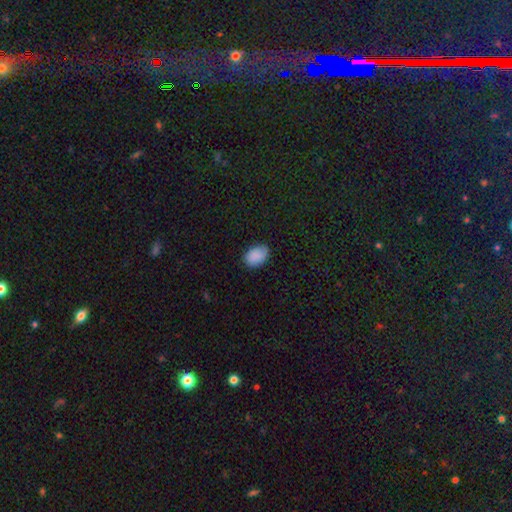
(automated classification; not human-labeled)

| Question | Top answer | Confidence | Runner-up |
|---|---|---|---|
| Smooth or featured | smooth | 88% | star or artifact (7%) |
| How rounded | in between | 81% | round (18%) |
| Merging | none | 78% | minor disturbance (18%) |